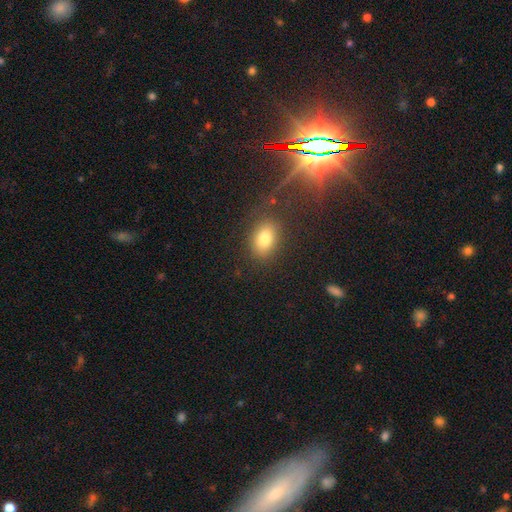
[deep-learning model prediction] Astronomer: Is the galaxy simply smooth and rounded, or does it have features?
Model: smooth — 53% (runner-up: star or artifact, 35%).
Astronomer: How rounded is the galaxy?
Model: in between — 80%.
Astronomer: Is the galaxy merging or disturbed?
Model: none — 85%.